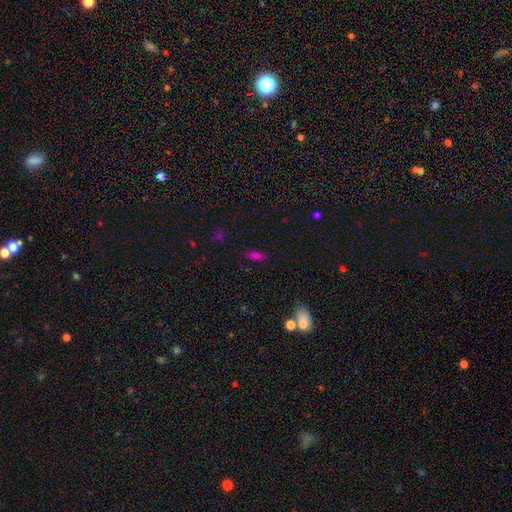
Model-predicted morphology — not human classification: The model was most divided on "smooth or featured": smooth: 75%, star or artifact: 18%, featured or disk: 7%. More confident: merging — none (80%); how rounded — in between (78%).